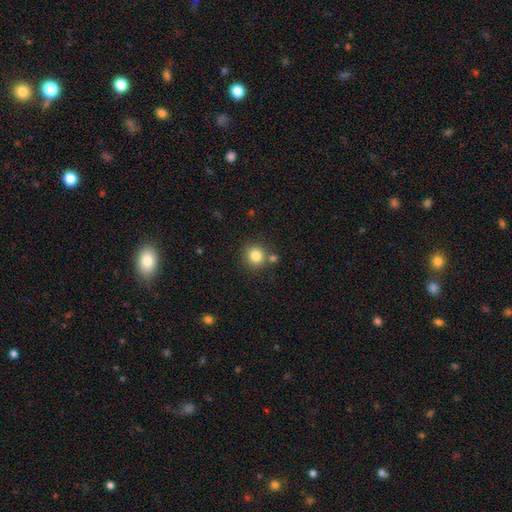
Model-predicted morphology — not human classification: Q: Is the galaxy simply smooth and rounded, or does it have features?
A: smooth — 83%.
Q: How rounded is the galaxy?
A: round — 91%.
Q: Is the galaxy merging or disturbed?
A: none — 75%.